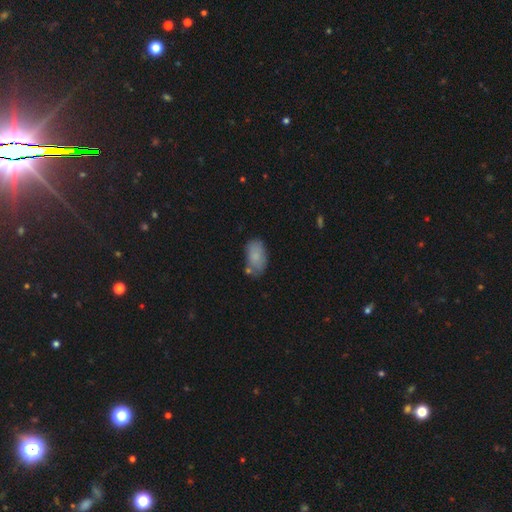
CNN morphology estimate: smooth-or-featured: smooth: 82% | featured or disk: 11% | star or artifact: 7%
  how-rounded: in between: 93% | round: 6% | cigar-shaped: 2%
  merging: none: 60% | minor disturbance: 23% | merger: 10% | major disturbance: 6%